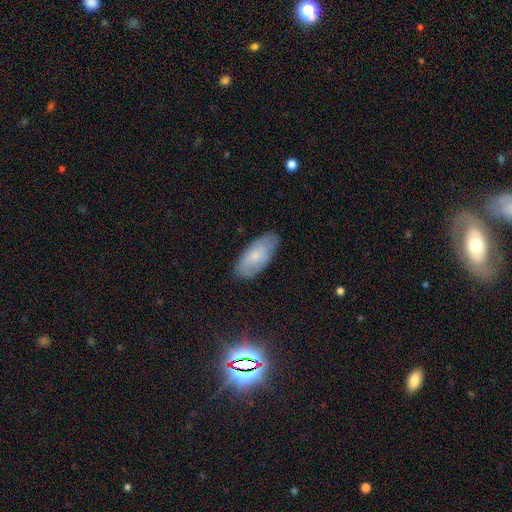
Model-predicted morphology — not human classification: smooth-or-featured: smooth: 72% | featured or disk: 21% | star or artifact: 7%
  how-rounded: in between: 90% | cigar-shaped: 8% | round: 2%
  merging: none: 81% | minor disturbance: 15% | major disturbance: 3% | merger: 1%